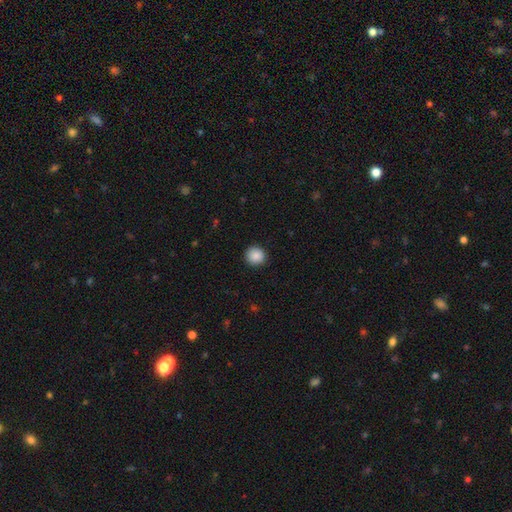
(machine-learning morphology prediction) A smooth galaxy with no disk features (88%) that is round (93%).

Vote fractions:
- Smooth or featured? smooth: 88% / star or artifact: 9% / featured or disk: 3%
- How rounded? round: 93% / in between: 7% / cigar-shaped: 1%
- Merging? none: 91% / minor disturbance: 6% / major disturbance: 2% / merger: 1%